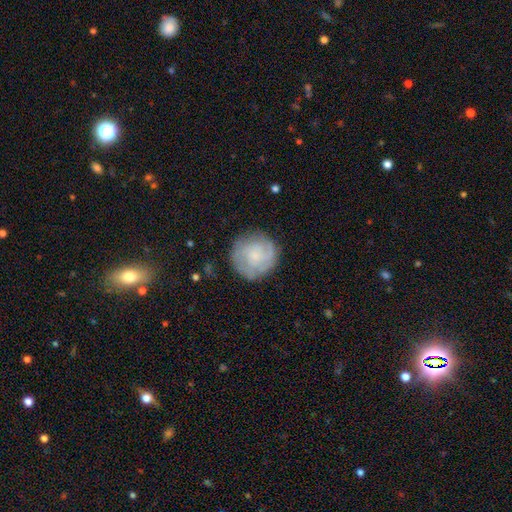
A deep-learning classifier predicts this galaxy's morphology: Smooth or featured? featured or disk (51%)
Edge-on disk? no (98%)
Merging? none (79%)